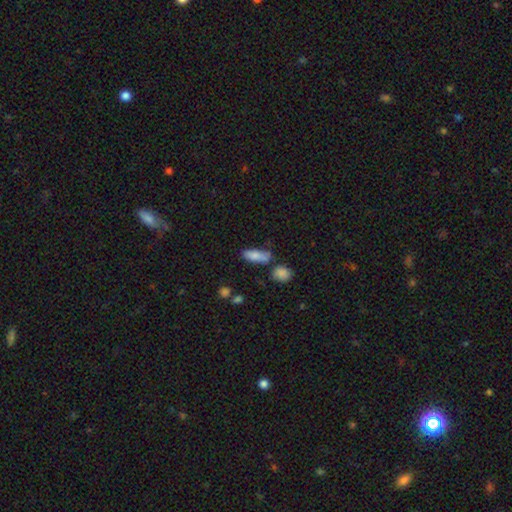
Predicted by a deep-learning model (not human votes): Smooth or featured? Predicted: smooth (p=0.82). How rounded? Predicted: in between (p=0.70). Merging? Predicted: none (p=0.57).